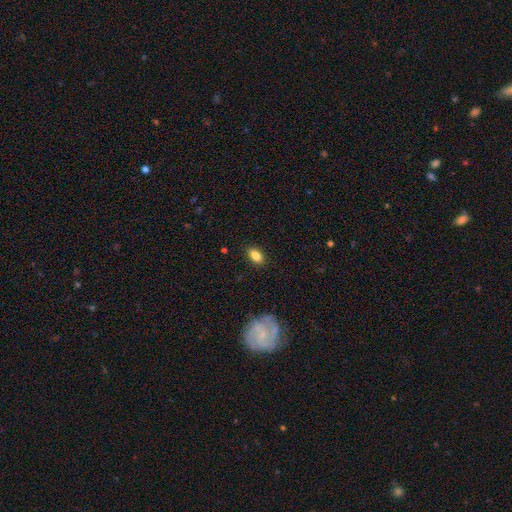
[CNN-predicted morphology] smooth-or-featured: smooth: 84% | star or artifact: 9% | featured or disk: 7%
  how-rounded: in between: 89% | round: 8% | cigar-shaped: 4%
  merging: none: 87% | minor disturbance: 9% | major disturbance: 2% | merger: 1%